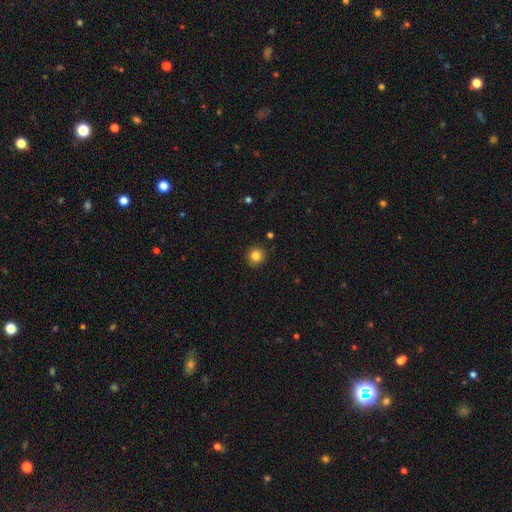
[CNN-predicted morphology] A smooth galaxy with no disk features (83%) that is round (94%). Merging: none (91%).